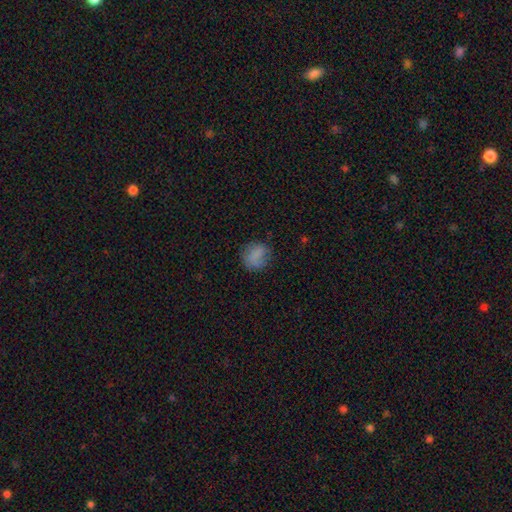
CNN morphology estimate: Smooth or featured? Predicted: smooth (p=0.78). How rounded? Predicted: round (p=0.76). Merging? Predicted: none (p=0.70).